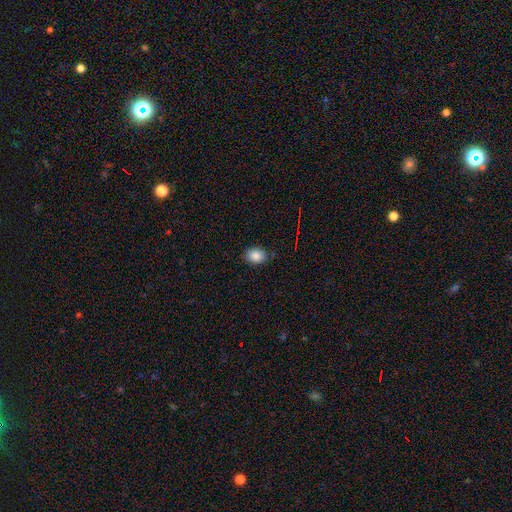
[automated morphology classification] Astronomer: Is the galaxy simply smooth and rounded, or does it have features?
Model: smooth — 86%.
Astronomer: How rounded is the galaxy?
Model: in between — 67%.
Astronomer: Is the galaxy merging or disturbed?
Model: none — 85%.